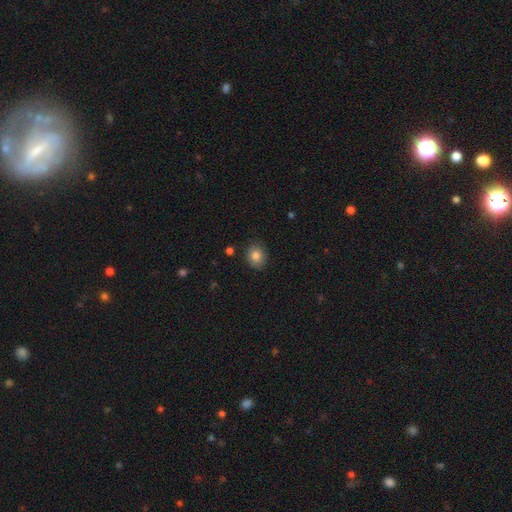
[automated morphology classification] This is clearly a smooth galaxy (83%). How rounded: likely round (67%). Merging: clearly none (87%).